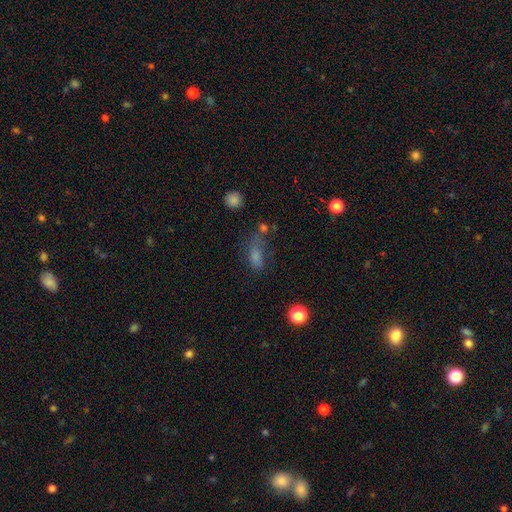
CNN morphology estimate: This appears to be a smooth galaxy with no disk features (56%) that is in between round and cigar-shaped (69%). Merging: none (45%).